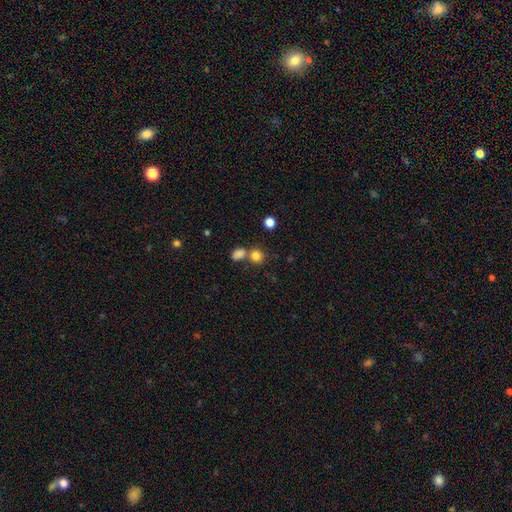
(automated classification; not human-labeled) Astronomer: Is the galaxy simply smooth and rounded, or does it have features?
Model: smooth — 82%.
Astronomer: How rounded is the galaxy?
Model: round — 81%.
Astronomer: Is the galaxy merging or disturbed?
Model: none — 57%.